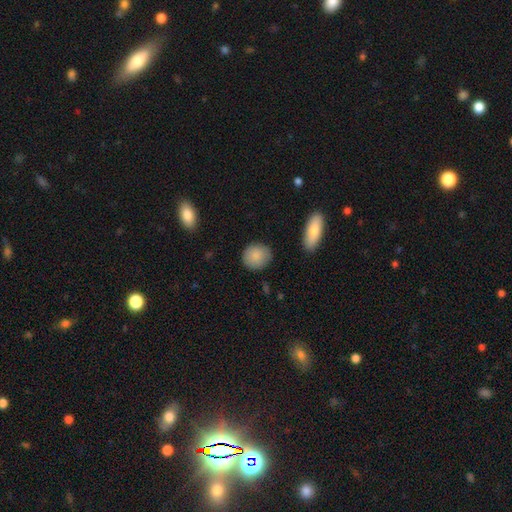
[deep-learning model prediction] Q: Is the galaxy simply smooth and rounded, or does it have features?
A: smooth — 87%.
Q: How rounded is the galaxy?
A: round — 80%.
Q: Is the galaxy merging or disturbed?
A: none — 86%.